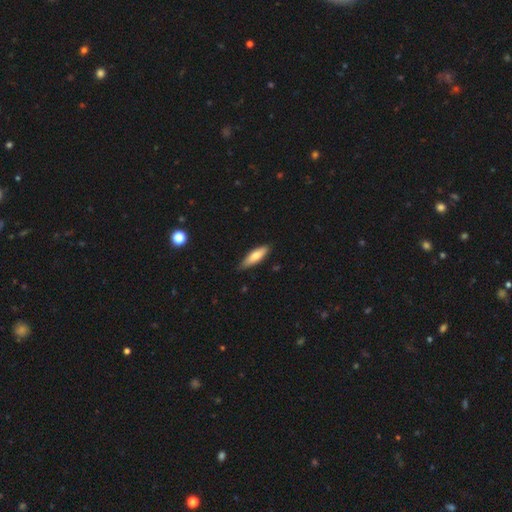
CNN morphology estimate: This is likely a smooth galaxy (73%). How rounded: possibly cigar-shaped (56%). Merging: clearly none (82%).